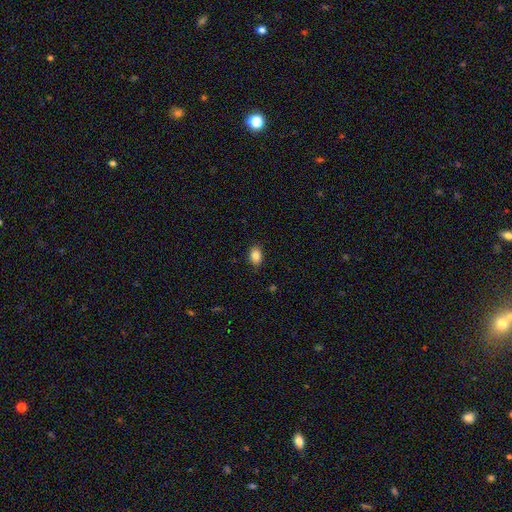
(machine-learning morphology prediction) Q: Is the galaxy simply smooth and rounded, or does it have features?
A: smooth — 87%.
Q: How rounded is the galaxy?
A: in between — 75%.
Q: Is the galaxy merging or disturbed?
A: none — 88%.